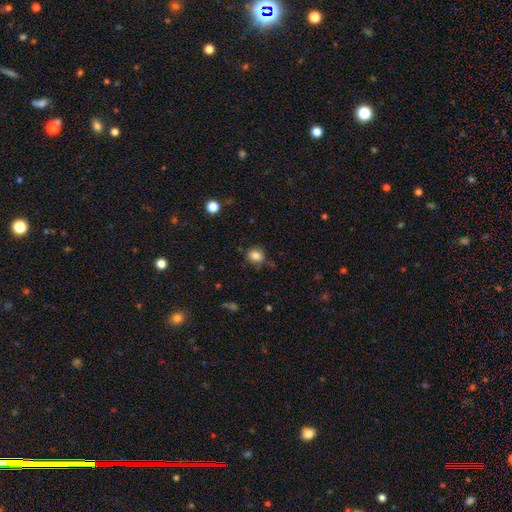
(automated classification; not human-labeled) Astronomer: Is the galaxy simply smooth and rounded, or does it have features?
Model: smooth — 84%.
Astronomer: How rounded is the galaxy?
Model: round — 74%.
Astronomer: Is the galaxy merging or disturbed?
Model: none — 79%.